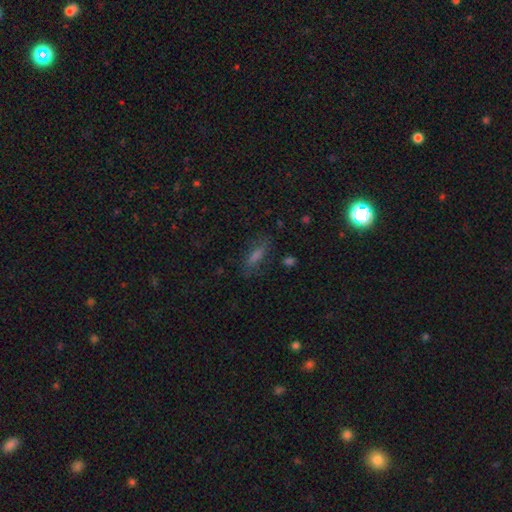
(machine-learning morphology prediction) smooth 53%, star or artifact 24%, featured or disk 23%. Down the decision tree: how rounded — cigar-shaped (49%); merging — none (75%).